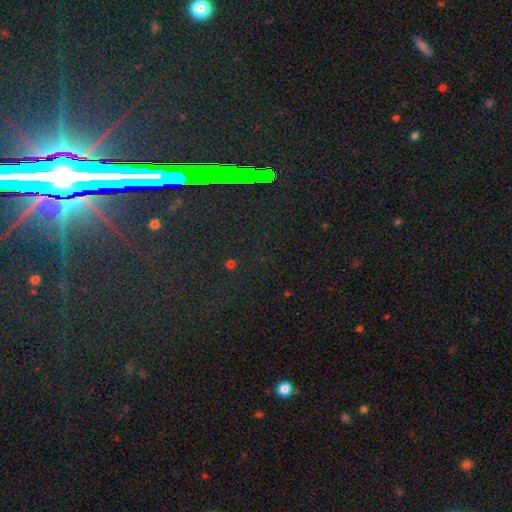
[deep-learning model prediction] star or artifact 81%, featured or disk 10%, smooth 9%.